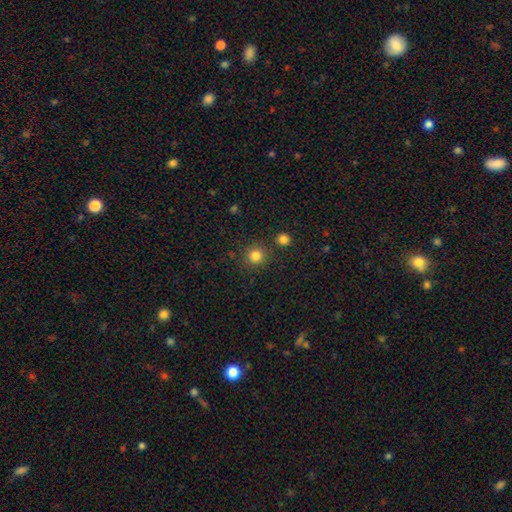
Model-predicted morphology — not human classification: smooth-or-featured: smooth: 83% | star or artifact: 13% | featured or disk: 4%
  how-rounded: round: 94% | in between: 5% | cigar-shaped: 1%
  merging: none: 87% | minor disturbance: 6% | merger: 5% | major disturbance: 2%